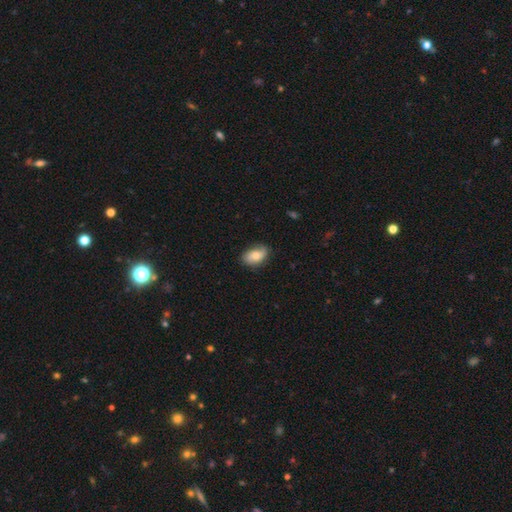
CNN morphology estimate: This appears to be a smooth galaxy with no disk features (70%) that is in between round and cigar-shaped (89%). Merging: none (71%).